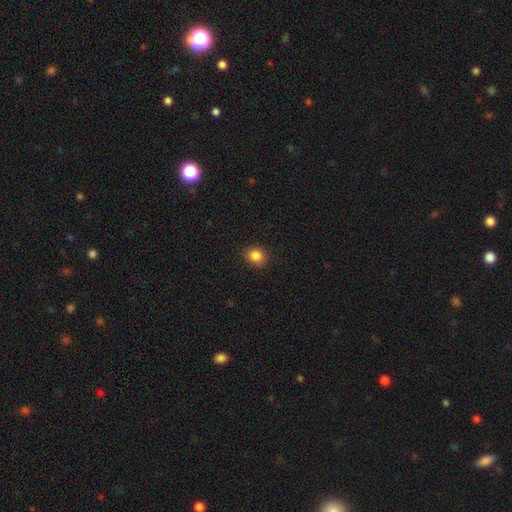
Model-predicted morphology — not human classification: Smooth or featured: smooth — 85% (star or artifact — 11%)
How rounded: round — 69% (in between — 30%)
Merging: none — 87% (minor disturbance — 9%)